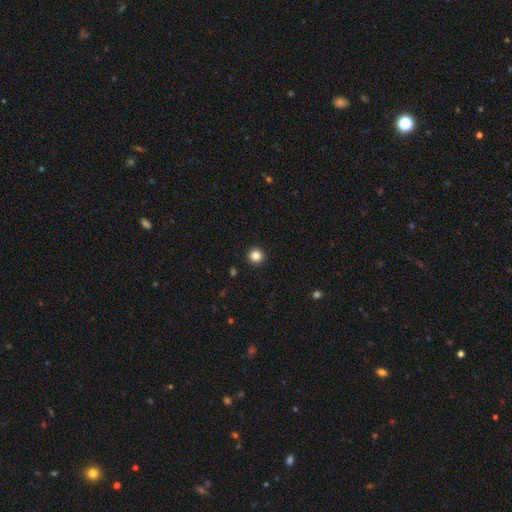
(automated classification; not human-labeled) The model was most divided on "smooth or featured": smooth: 84%, star or artifact: 11%, featured or disk: 4%. More confident: how rounded — round (96%); merging — none (93%).